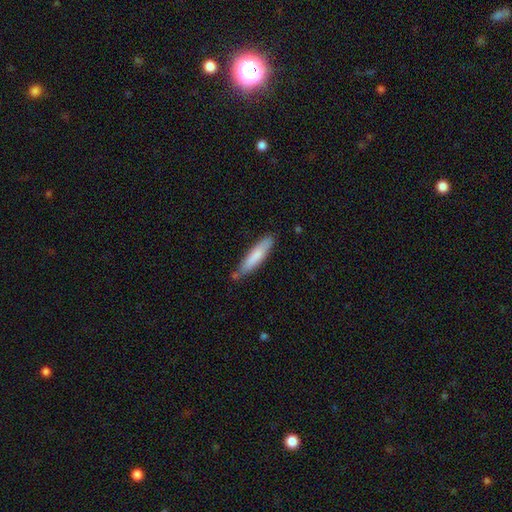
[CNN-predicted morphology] smooth 77%, featured or disk 17%, star or artifact 5%. Down the decision tree: how rounded — cigar-shaped (84%); merging — none (74%).